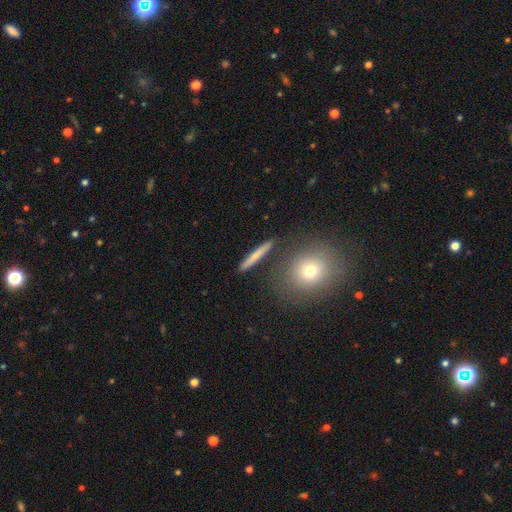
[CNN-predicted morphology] A smooth galaxy with no disk features (64%) that is cigar-shaped (87%). Merging: none (86%).